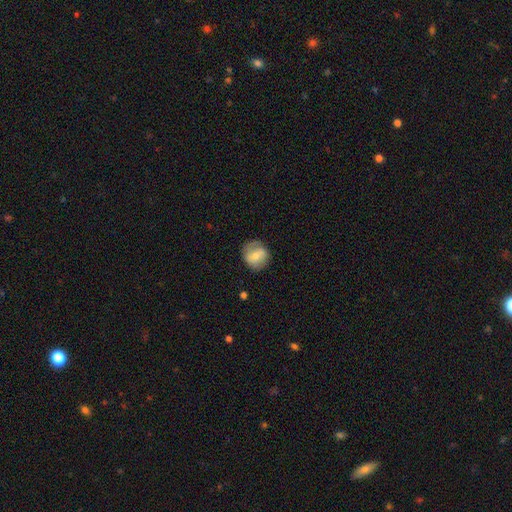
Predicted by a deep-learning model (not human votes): A smooth galaxy with no disk features (54%) that is round (81%).

Vote fractions:
- Smooth or featured? smooth: 54% / featured or disk: 38% / star or artifact: 7%
- How rounded? round: 81% / in between: 18% / cigar-shaped: 1%
- Merging? none: 69% / minor disturbance: 20% / major disturbance: 9% / merger: 2%